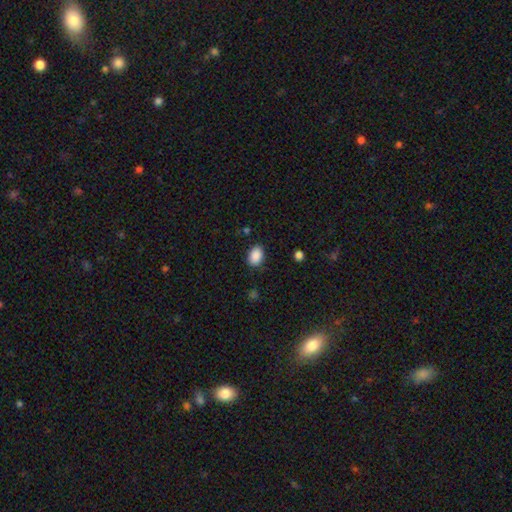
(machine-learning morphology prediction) A smooth galaxy with no disk features (89%) that is in between round and cigar-shaped (81%). Merging: none (84%).